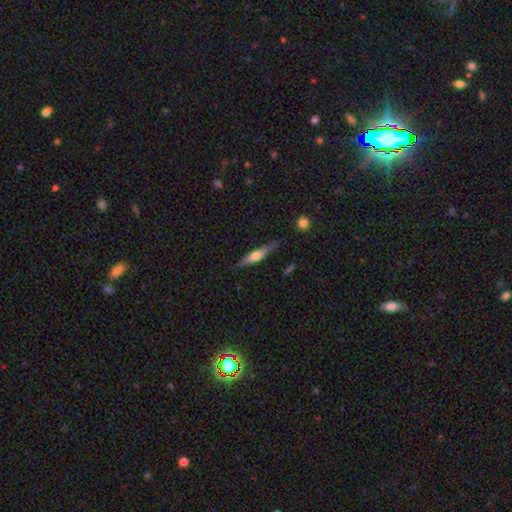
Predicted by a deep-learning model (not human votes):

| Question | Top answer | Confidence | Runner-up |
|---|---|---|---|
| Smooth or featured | featured or disk | 51% | smooth (43%) |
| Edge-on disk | yes | 94% | no (6%) |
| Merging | none | 82% | minor disturbance (14%) |